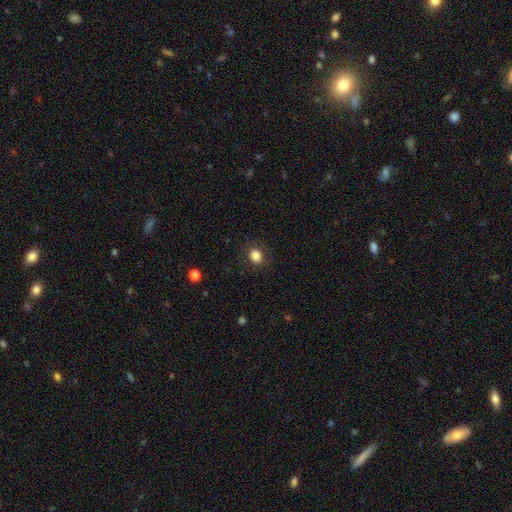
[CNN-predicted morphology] Smooth or featured? Predicted: smooth (p=0.84). How rounded? Predicted: round (p=0.71). Merging? Predicted: none (p=0.86).